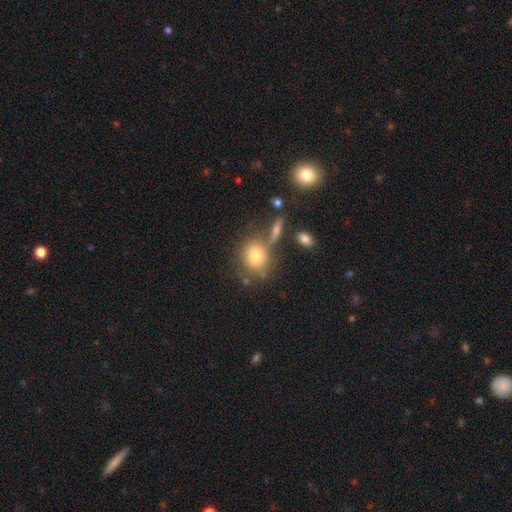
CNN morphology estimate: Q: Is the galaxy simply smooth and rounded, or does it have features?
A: smooth — 75%.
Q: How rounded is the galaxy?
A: round — 70%.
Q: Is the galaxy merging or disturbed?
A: none — 63%.